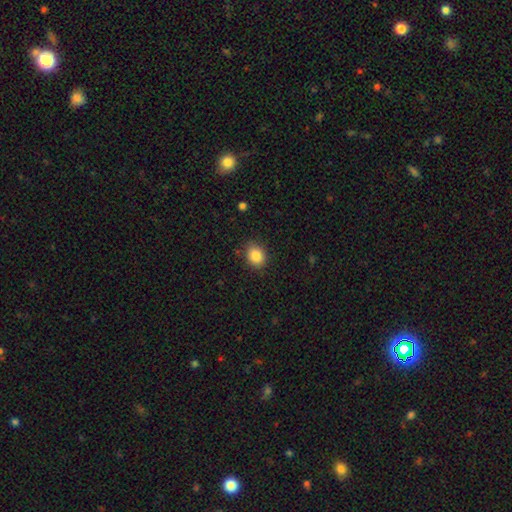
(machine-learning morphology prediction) Q: Smooth or featured?
A: smooth (86%); runner-up: star or artifact (9%)
Q: How rounded?
A: in between (50%); runner-up: round (49%)
Q: Merging?
A: none (86%); runner-up: minor disturbance (11%)